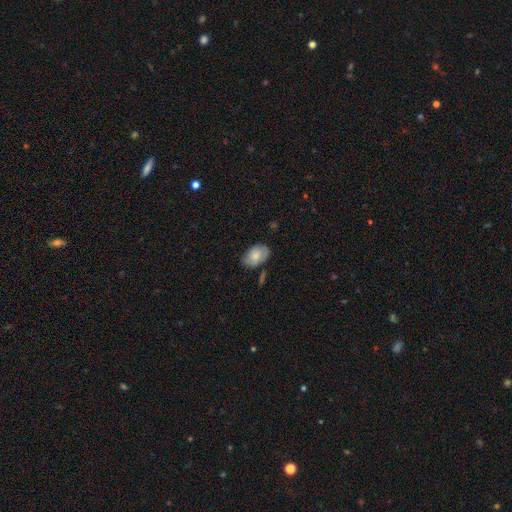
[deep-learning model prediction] Smooth or featured?
  - smooth: 76% *
  - featured or disk: 18%
  - star or artifact: 6%
How rounded?
  - in between: 89% *
  - round: 9%
  - cigar-shaped: 1%
Merging?
  - none: 66% *
  - minor disturbance: 25%
  - major disturbance: 5%
  - merger: 4%